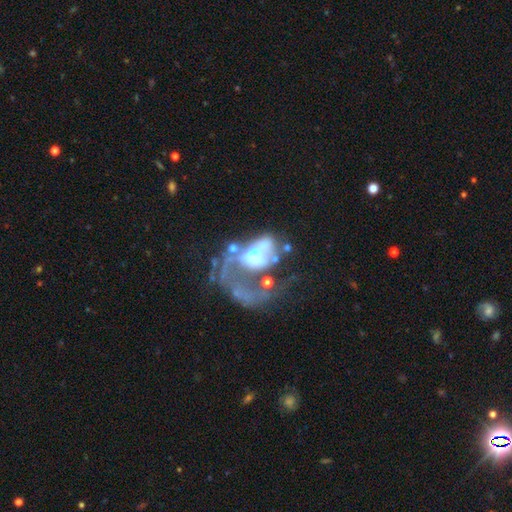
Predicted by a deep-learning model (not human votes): Smooth or featured? featured or disk (66%)
Edge-on disk? no (97%)
Bar? no (75%)
Spiral arms? no (61%)
Bulge size? moderate (35%)
Merging? major disturbance (47%)